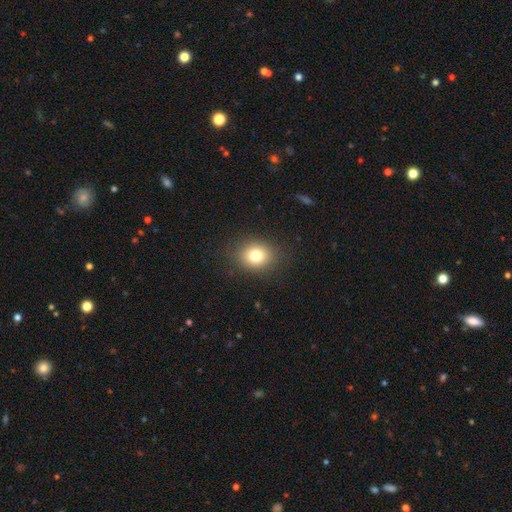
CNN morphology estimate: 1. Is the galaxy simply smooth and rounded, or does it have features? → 78% smooth, 12% star or artifact, 10% featured or disk.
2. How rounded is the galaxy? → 60% round, 40% in between, 1% cigar-shaped.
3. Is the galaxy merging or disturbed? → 87% none, 9% minor disturbance, 3% major disturbance, 1% merger.